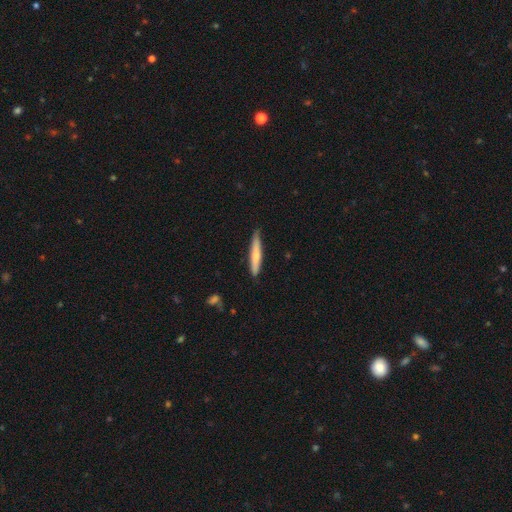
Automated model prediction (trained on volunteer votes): Smooth or featured?
  - smooth: 62% *
  - featured or disk: 32%
  - star or artifact: 5%
How rounded?
  - cigar-shaped: 92% *
  - in between: 6%
  - round: 1%
Merging?
  - none: 80% *
  - minor disturbance: 17%
  - major disturbance: 2%
  - merger: 1%